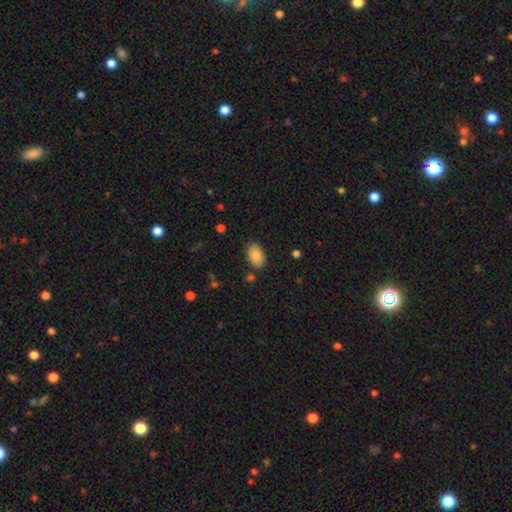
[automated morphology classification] Smooth or featured? Predicted: smooth (p=0.85). How rounded? Predicted: in between (p=0.91). Merging? Predicted: none (p=0.82).